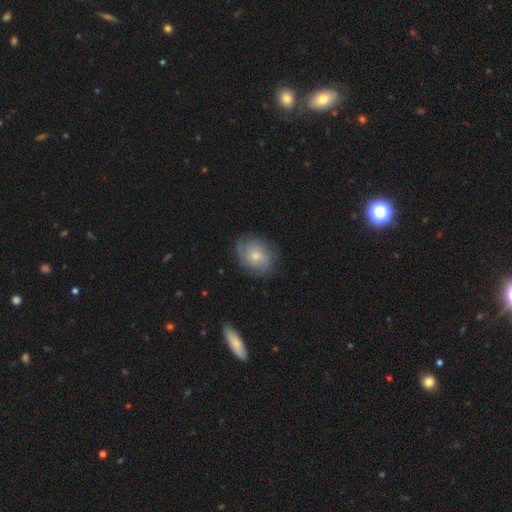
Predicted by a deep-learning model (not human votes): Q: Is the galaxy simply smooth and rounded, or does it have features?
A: featured or disk — 53%.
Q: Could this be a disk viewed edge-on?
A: no — 97%.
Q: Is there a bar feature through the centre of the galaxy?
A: no — 80%.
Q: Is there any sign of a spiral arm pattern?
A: yes — 86%.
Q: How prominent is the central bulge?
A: small — 50%.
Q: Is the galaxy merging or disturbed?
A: none — 74%.